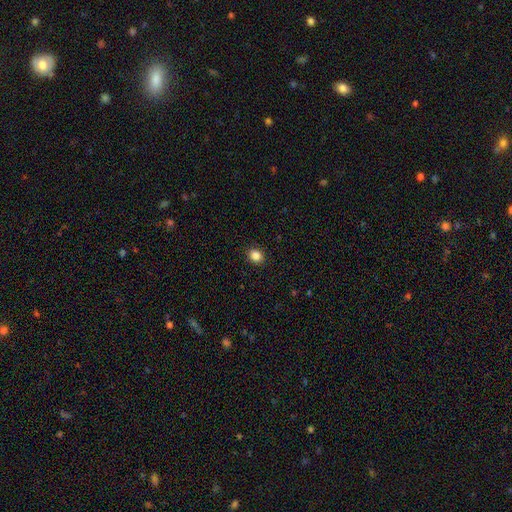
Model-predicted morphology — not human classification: The model was most divided on "how rounded": round: 59%, in between: 40%, cigar-shaped: 1%. More confident: merging — none (91%); smooth or featured — smooth (86%).